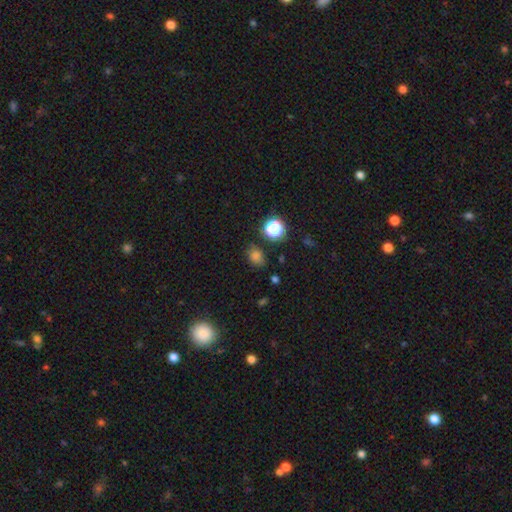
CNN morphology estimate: Q: Smooth or featured?
A: smooth (73%); runner-up: star or artifact (20%)
Q: How rounded?
A: in between (53%); runner-up: round (45%)
Q: Merging?
A: none (74%); runner-up: minor disturbance (17%)